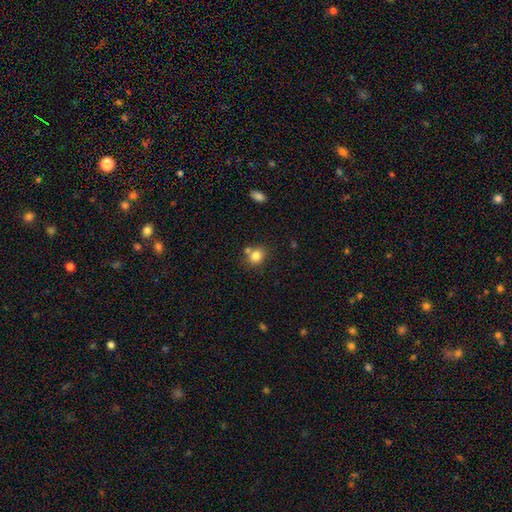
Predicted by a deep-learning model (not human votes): Q: Smooth or featured?
A: smooth (81%); runner-up: star or artifact (11%)
Q: How rounded?
A: round (65%); runner-up: in between (34%)
Q: Merging?
A: none (62%); runner-up: merger (22%)